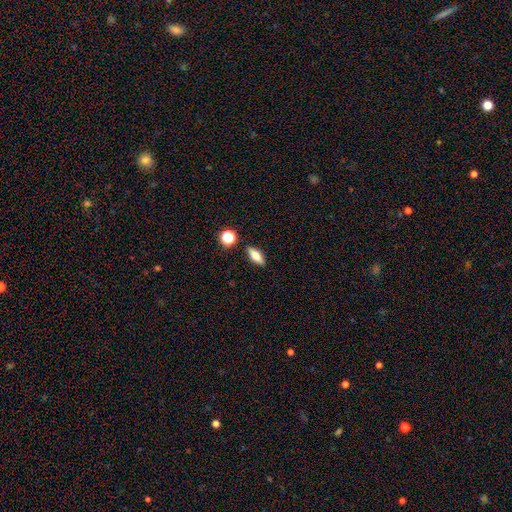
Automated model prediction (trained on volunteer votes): Q: Smooth or featured?
A: smooth (66%); runner-up: featured or disk (25%)
Q: How rounded?
A: in between (64%); runner-up: cigar-shaped (29%)
Q: Merging?
A: none (86%); runner-up: minor disturbance (8%)